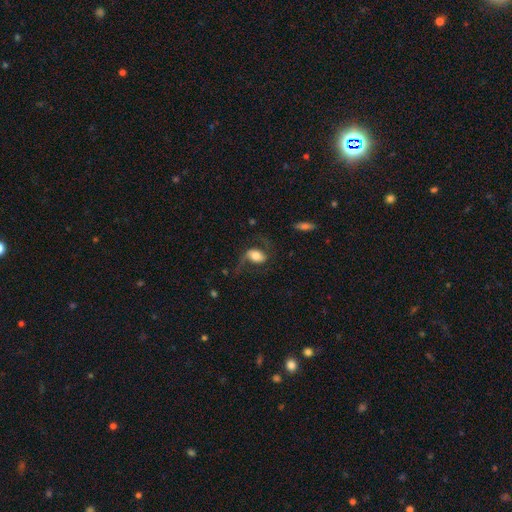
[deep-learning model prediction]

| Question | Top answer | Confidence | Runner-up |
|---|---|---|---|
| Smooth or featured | featured or disk | 55% | smooth (37%) |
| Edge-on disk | no | 94% | yes (6%) |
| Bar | no | 44% | weak (34%) |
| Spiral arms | yes | 88% | no (12%) |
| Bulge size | moderate | 46% | large (32%) |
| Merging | none | 55% | major disturbance (24%) |